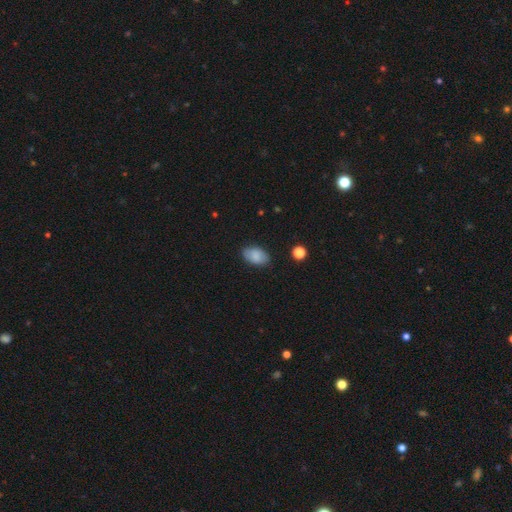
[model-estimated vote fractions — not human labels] Smooth or featured? smooth (84%)
How rounded? in between (91%)
Merging? none (83%)